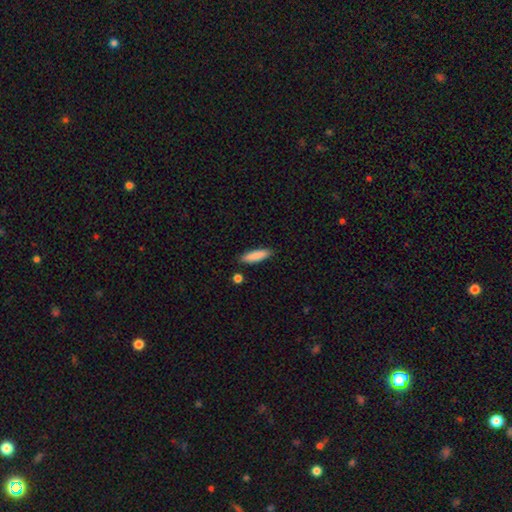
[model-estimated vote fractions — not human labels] This is clearly a smooth galaxy (87%). How rounded: likely cigar-shaped (65%). Merging: clearly none (87%).